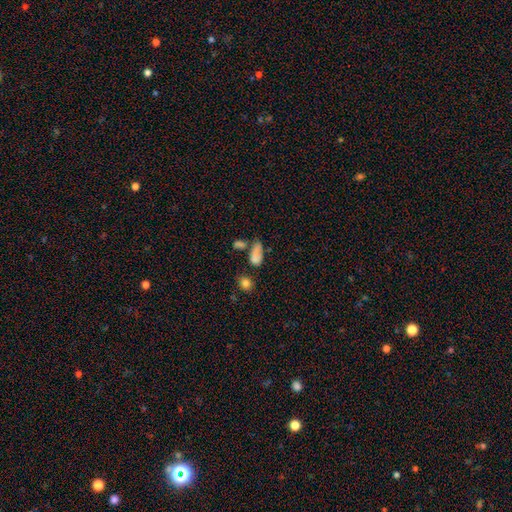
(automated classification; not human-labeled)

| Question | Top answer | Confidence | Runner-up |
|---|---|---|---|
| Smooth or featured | smooth | 75% | featured or disk (13%) |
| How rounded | in between | 77% | round (12%) |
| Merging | none | 36% | merger (24%) |